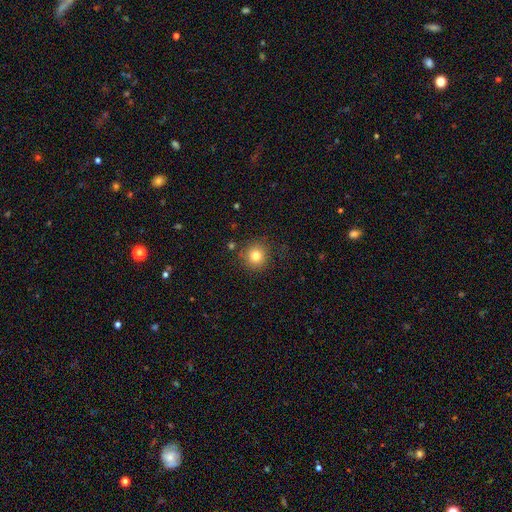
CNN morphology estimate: A smooth galaxy with no disk features (80%) that is round (93%). Merging: none (86%).